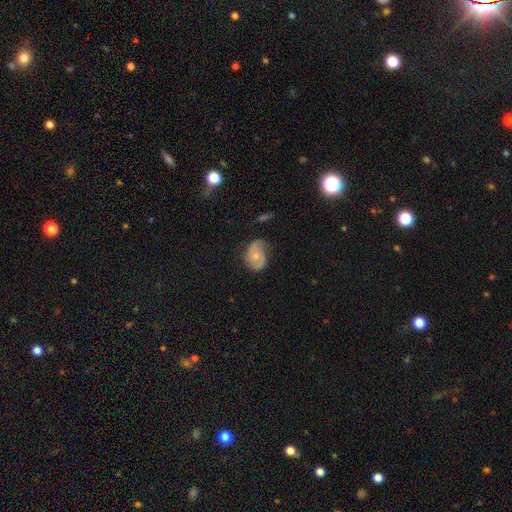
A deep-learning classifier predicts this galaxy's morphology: The model was most divided on "bulge size": small: 51%, moderate: 44%, none: 3%, large: 2%, dominant: 1%. Remaining: edge-on disk — no (97%); spiral arms — yes (89%); spiral arm count — 2 (79%); bar — no (68%); smooth or featured — featured or disk (67%); merging — none (58%); spiral winding — medium (45%).